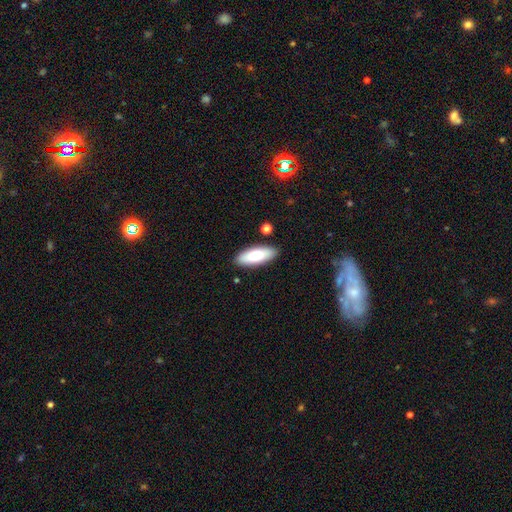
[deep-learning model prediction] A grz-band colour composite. It shows a smooth galaxy with no disk features (77%) that is in between round and cigar-shaped (74%). Merging: none (87%).